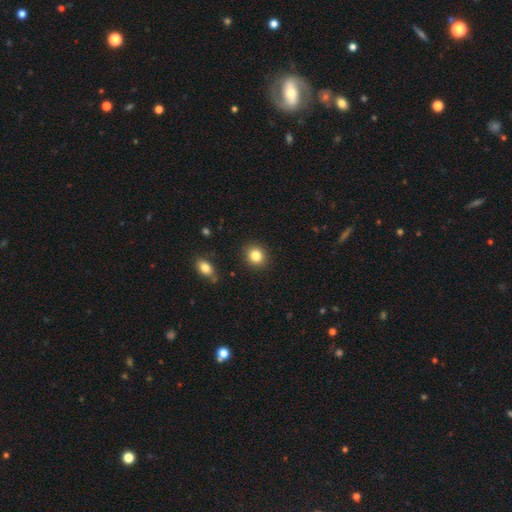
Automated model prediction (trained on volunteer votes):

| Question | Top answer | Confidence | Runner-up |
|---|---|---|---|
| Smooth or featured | smooth | 84% | star or artifact (10%) |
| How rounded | round | 77% | in between (22%) |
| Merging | none | 90% | minor disturbance (7%) |